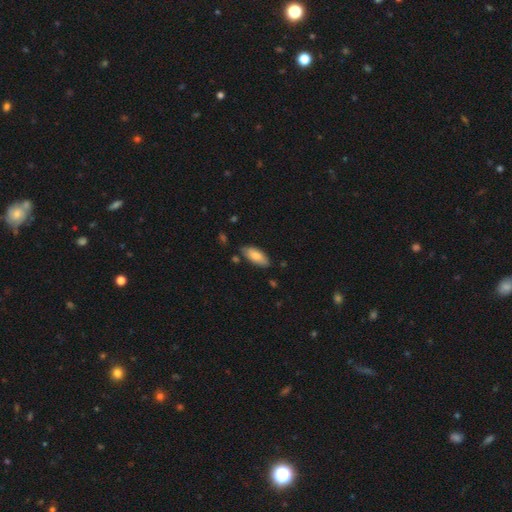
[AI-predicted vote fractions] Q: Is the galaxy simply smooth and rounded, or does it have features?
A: smooth — 81%.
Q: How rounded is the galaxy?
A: in between — 85%.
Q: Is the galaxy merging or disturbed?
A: none — 77%.